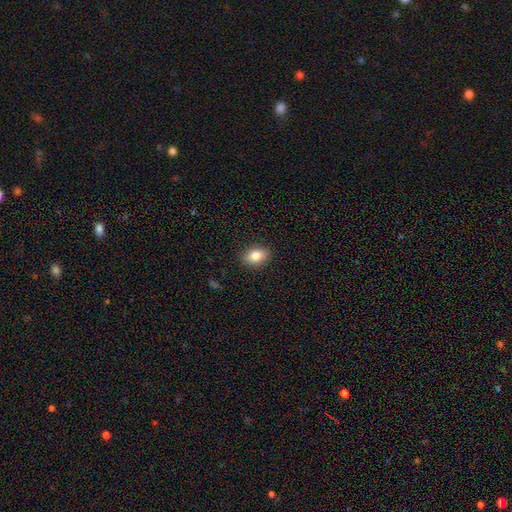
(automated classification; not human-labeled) Smooth or featured? Predicted: smooth (p=0.82). How rounded? Predicted: in between (p=0.74). Merging? Predicted: none (p=0.88).